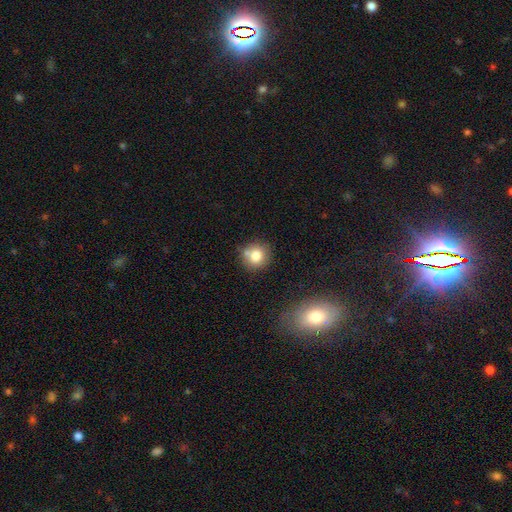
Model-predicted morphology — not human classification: Smooth or featured?
  - smooth: 79% *
  - star or artifact: 11%
  - featured or disk: 10%
How rounded?
  - round: 88% *
  - in between: 11%
  - cigar-shaped: 1%
Merging?
  - none: 69% *
  - minor disturbance: 14%
  - merger: 13%
  - major disturbance: 4%